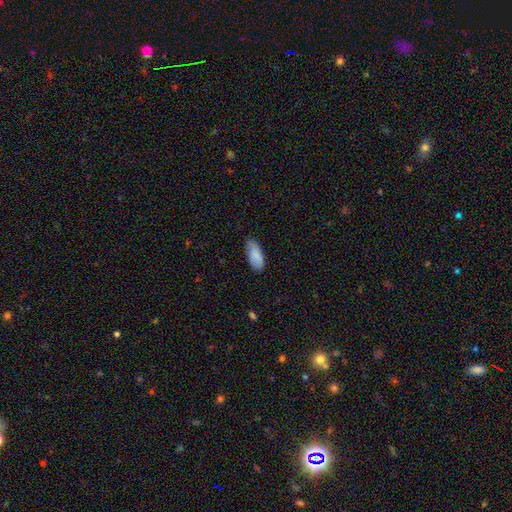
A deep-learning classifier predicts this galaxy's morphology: The model was most divided on "merging": none: 68%, minor disturbance: 27%, major disturbance: 4%, merger: 1%. More confident: smooth or featured — smooth (85%); how rounded — in between (85%).